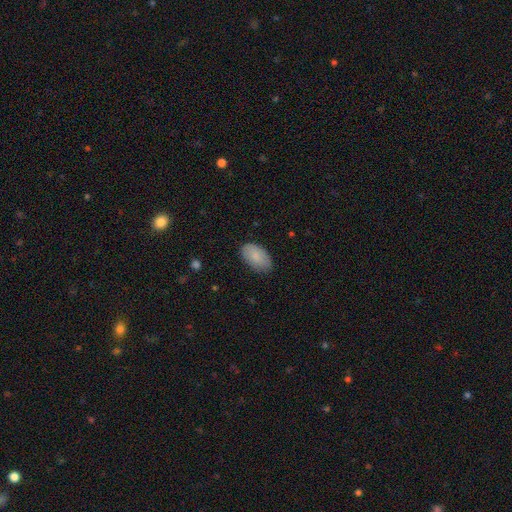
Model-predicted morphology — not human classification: The model was most divided on "merging": none: 80%, minor disturbance: 17%, major disturbance: 3%, merger: 1%. More confident: how rounded — in between (95%); smooth or featured — smooth (85%).